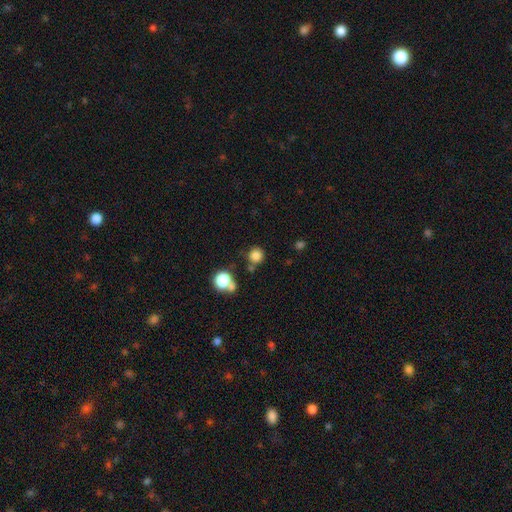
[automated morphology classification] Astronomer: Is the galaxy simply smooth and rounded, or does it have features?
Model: smooth — 82%.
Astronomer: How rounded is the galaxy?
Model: round — 92%.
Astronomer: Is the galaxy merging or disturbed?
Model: none — 76%.